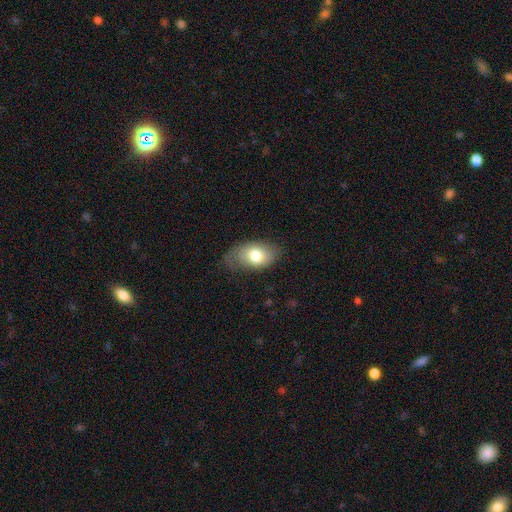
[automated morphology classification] This appears to be a smooth galaxy with no disk features (74%) that is in between round and cigar-shaped (89%). Merging: none (59%).